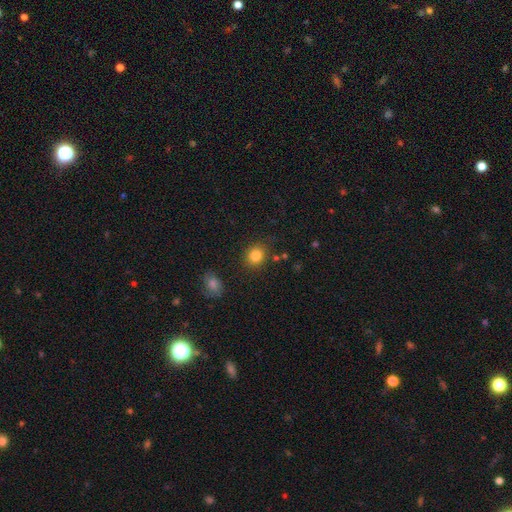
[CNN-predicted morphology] Smooth or featured?
  - smooth: 84% *
  - star or artifact: 11%
  - featured or disk: 6%
How rounded?
  - round: 73% *
  - in between: 26%
  - cigar-shaped: 1%
Merging?
  - none: 84% *
  - minor disturbance: 10%
  - merger: 3%
  - major disturbance: 3%